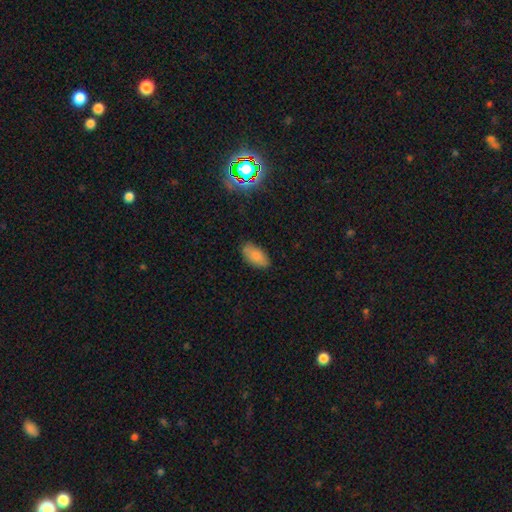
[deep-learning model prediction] Overall: smooth (83%). How rounded: in between (93%). Merging: none (80%).